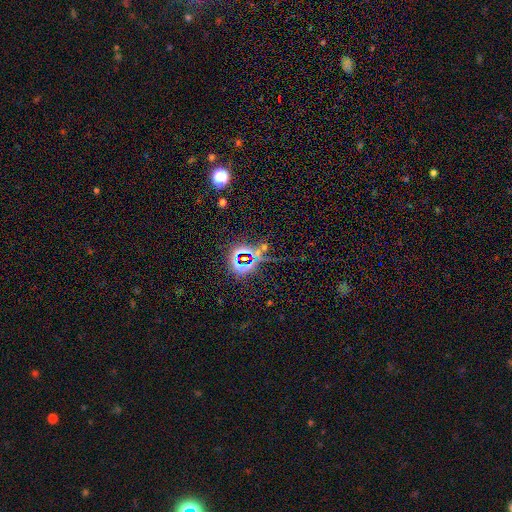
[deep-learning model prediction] Smooth or featured? Predicted: star or artifact (p=0.78).